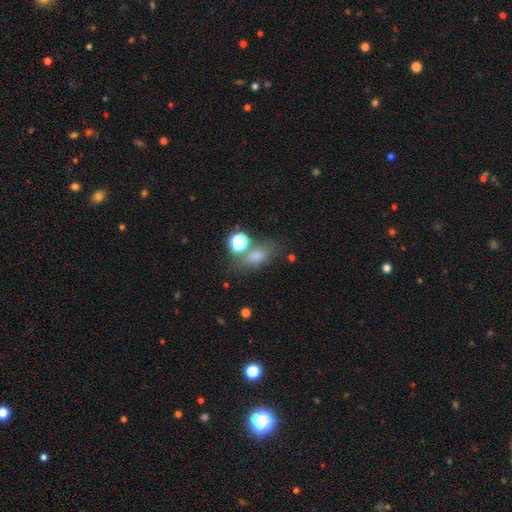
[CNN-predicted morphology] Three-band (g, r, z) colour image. It shows a smooth galaxy with no disk features (63%) that is in between round and cigar-shaped (65%). Merging: none (61%).